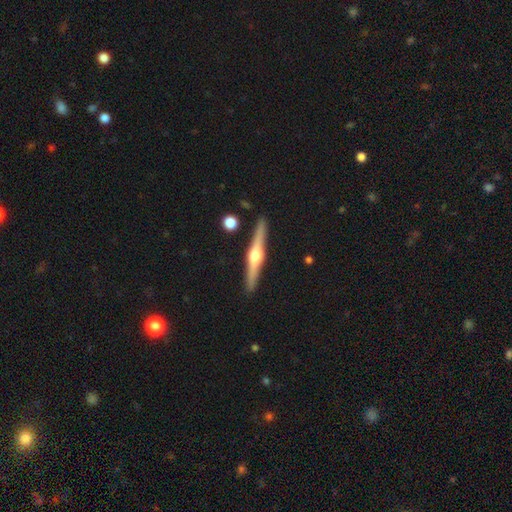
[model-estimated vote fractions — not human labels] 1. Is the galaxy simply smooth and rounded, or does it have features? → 78% featured or disk, 17% smooth, 5% star or artifact.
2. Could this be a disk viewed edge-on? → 98% yes, 2% no.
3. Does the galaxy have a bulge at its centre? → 93% rounded, 4% boxy, 2% none.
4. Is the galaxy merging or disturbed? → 91% none, 6% minor disturbance, 2% merger, 1% major disturbance.